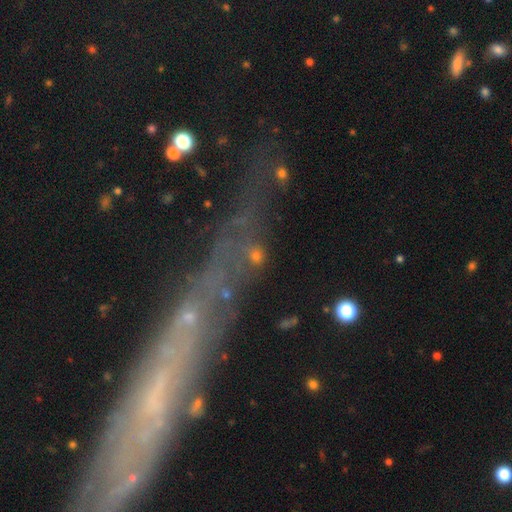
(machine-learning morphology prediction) Smooth or featured? Predicted: smooth (p=0.37). Merging? Predicted: none (p=0.47).